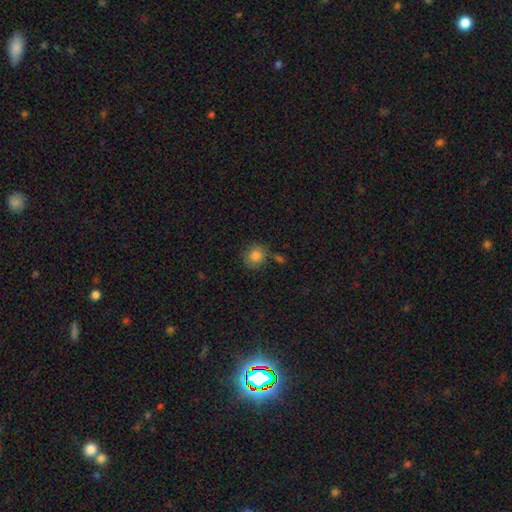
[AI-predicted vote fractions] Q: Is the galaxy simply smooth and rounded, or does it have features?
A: smooth — 85%.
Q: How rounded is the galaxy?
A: round — 84%.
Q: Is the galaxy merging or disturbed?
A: none — 75%.